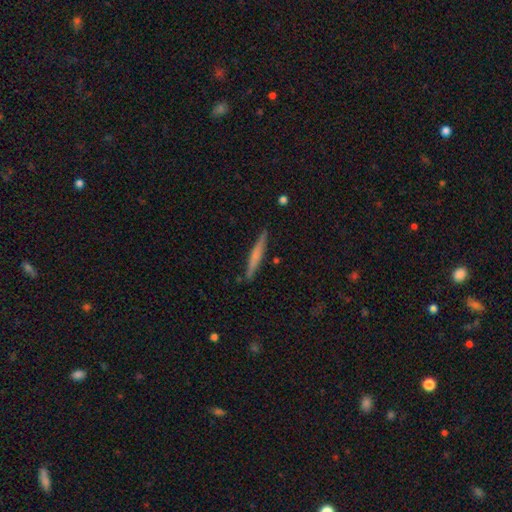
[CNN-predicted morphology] Smooth or featured: smooth — 54% (featured or disk — 40%)
How rounded: cigar-shaped — 96% (in between — 3%)
Merging: none — 88% (minor disturbance — 9%)